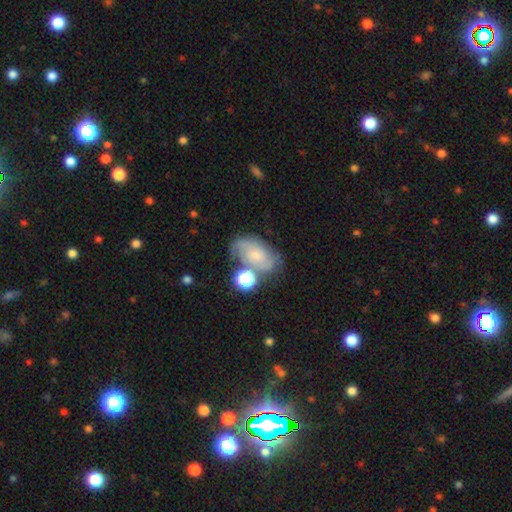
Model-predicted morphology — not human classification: smooth-or-featured: featured or disk: 61% | smooth: 29% | star or artifact: 10%
  disk-edge-on: no: 96% | yes: 4%
    bar: no: 64% | weak: 31% | strong: 6%
    has-spiral-arms: yes: 87% | no: 13%
      spiral-winding: medium: 46% | tight: 32% | loose: 22%
      spiral-arm-count: 2: 68% | can't tell: 18% | 3: 5% | 1: 5% | 4: 2% | more than 4: 2%
    bulge-size: small: 51% | moderate: 31% | none: 11% | large: 6% | dominant: 2%
  merging: none: 51% | minor disturbance: 21% | merger: 16% | major disturbance: 11%